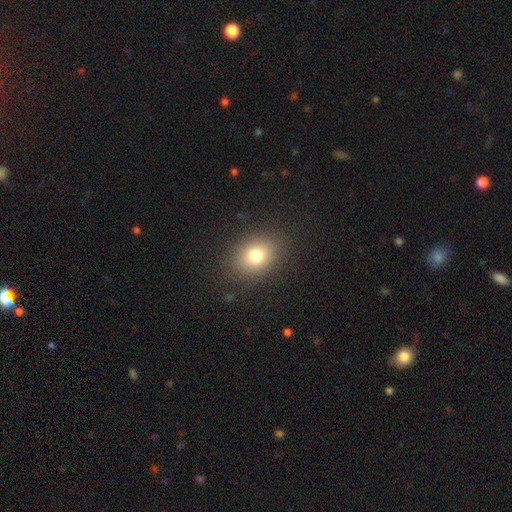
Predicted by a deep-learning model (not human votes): Smooth or featured? Predicted: smooth (p=0.77). How rounded? Predicted: in between (p=0.56). Merging? Predicted: none (p=0.86).